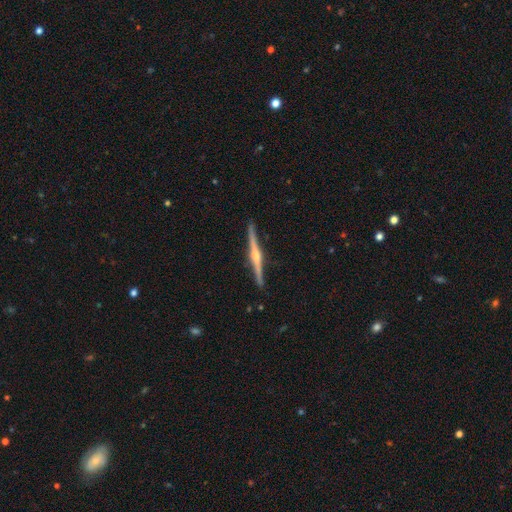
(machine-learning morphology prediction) Smooth or featured: featured or disk — 84% (smooth — 11%)
Edge-on disk: yes — 99% (no — 1%)
Edge-on bulge: rounded — 88% (boxy — 7%)
Merging: none — 92% (minor disturbance — 6%)